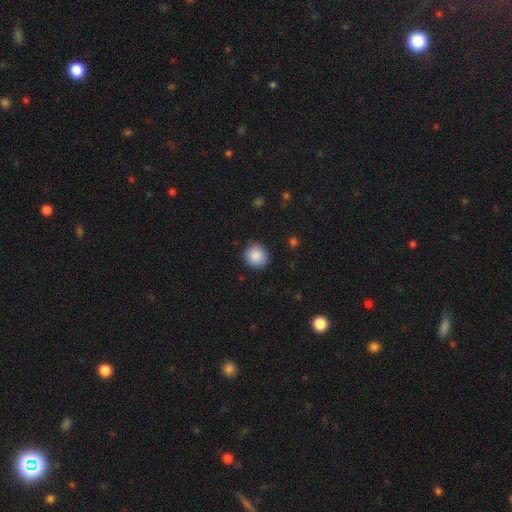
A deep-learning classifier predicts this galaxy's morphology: Q: Smooth or featured?
A: smooth (87%); runner-up: star or artifact (8%)
Q: How rounded?
A: round (88%); runner-up: in between (11%)
Q: Merging?
A: none (84%); runner-up: minor disturbance (12%)